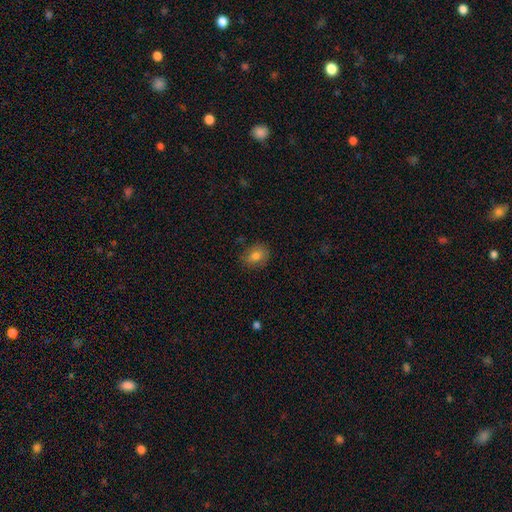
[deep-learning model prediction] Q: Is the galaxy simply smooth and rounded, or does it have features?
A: smooth — 79%.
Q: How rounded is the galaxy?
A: round — 50%.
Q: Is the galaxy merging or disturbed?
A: none — 81%.